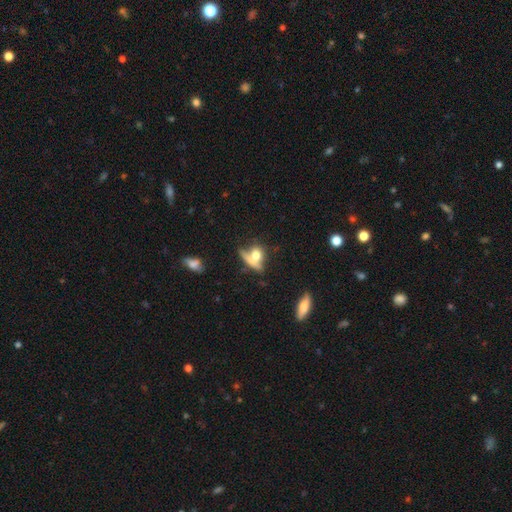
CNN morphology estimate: Smooth or featured?
  - smooth: 63% *
  - featured or disk: 25%
  - star or artifact: 12%
How rounded?
  - in between: 46% *
  - round: 44%
  - cigar-shaped: 11%
Merging?
  - none: 34% *
  - merger: 30%
  - major disturbance: 19%
  - minor disturbance: 17%